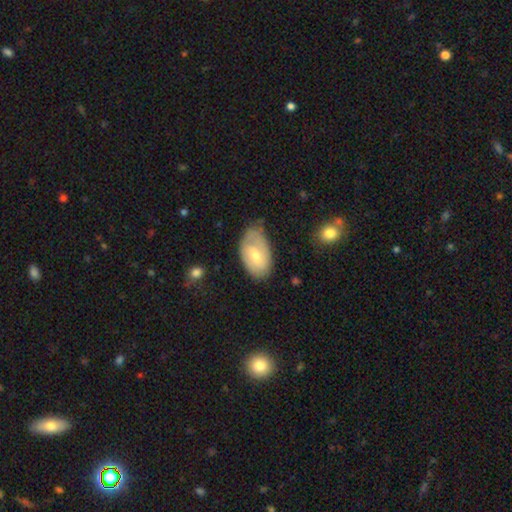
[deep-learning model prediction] A smooth galaxy with no disk features (49%). Merging: none (59%).